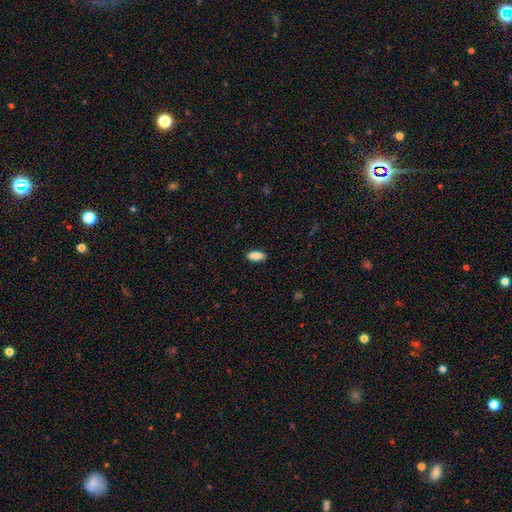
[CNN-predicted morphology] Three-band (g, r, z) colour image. It shows a smooth galaxy with no disk features (87%) that is in between round and cigar-shaped (84%). Merging: none (89%).